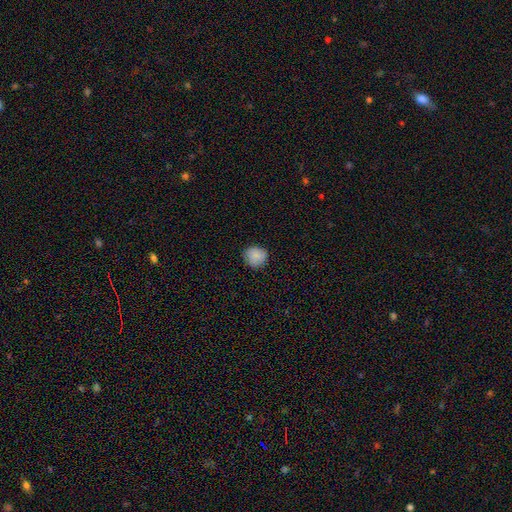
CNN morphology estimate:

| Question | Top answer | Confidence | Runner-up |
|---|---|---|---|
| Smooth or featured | smooth | 86% | star or artifact (8%) |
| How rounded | round | 85% | in between (14%) |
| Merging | none | 82% | minor disturbance (14%) |